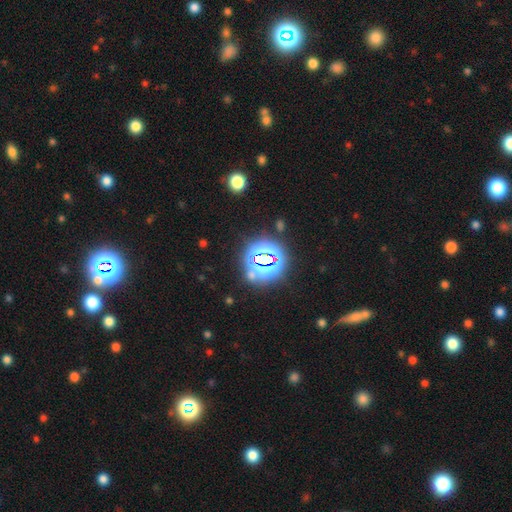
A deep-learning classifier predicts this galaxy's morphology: Smooth or featured: star or artifact — 76% (smooth — 15%)